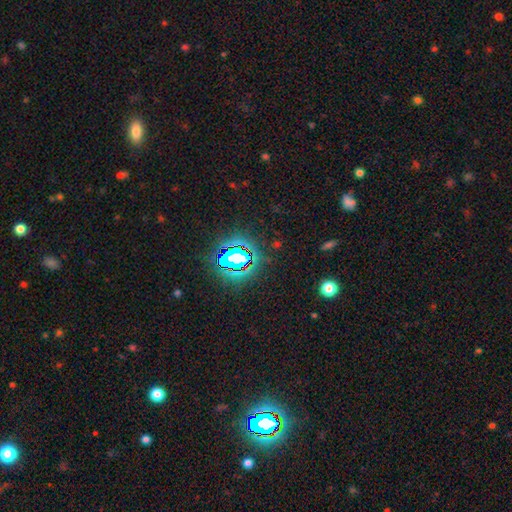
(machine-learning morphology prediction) A star or artifact, not a galaxy (81%).

Vote fractions:
- Smooth or featured? star or artifact: 81% / smooth: 11% / featured or disk: 7%